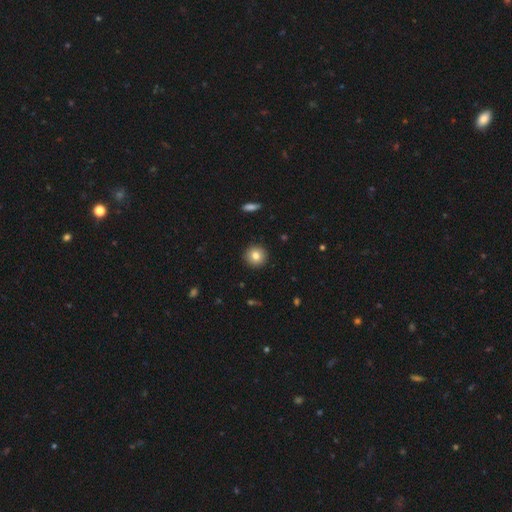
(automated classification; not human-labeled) smooth 80%, featured or disk 10%, star or artifact 9%. Down the decision tree: how rounded — round (94%); merging — none (92%).